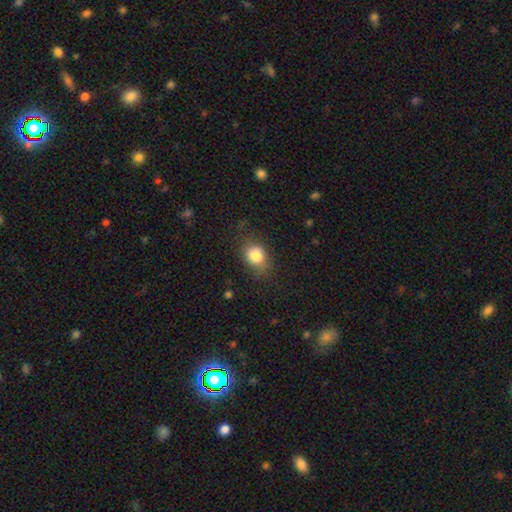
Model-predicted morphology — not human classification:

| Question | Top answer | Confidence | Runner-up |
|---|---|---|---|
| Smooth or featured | smooth | 83% | star or artifact (10%) |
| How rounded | round | 52% | in between (47%) |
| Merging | none | 69% | minor disturbance (22%) |